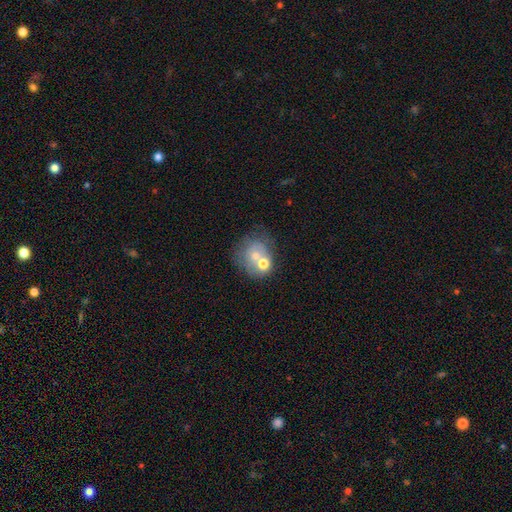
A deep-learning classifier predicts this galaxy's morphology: Smooth or featured? smooth (55%)
How rounded? round (72%)
Merging? merger (41%)